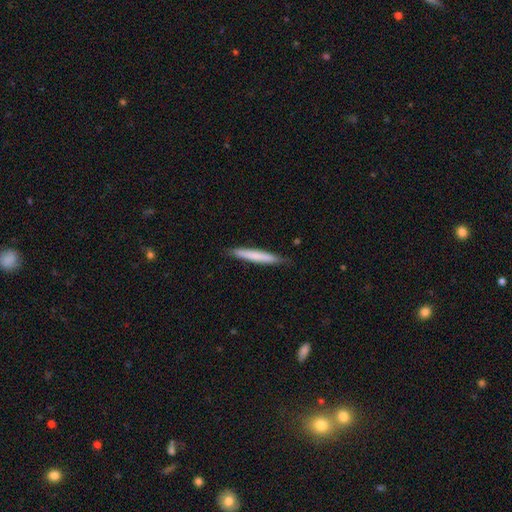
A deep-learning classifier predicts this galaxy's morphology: smooth_or_featured: smooth (p=0.71) [alt: featured or disk p=0.23]
how_rounded: cigar-shaped (p=0.96) [alt: in between p=0.03]
merging: none (p=0.87) [alt: minor disturbance p=0.10]